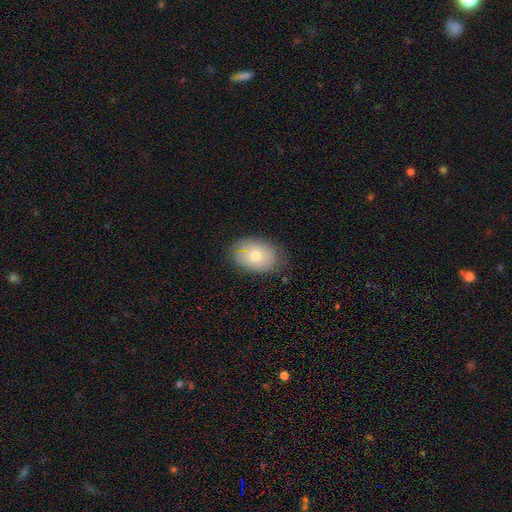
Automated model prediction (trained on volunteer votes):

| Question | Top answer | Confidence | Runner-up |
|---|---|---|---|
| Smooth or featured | smooth | 68% | featured or disk (24%) |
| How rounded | in between | 82% | round (16%) |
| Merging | none | 77% | minor disturbance (18%) |